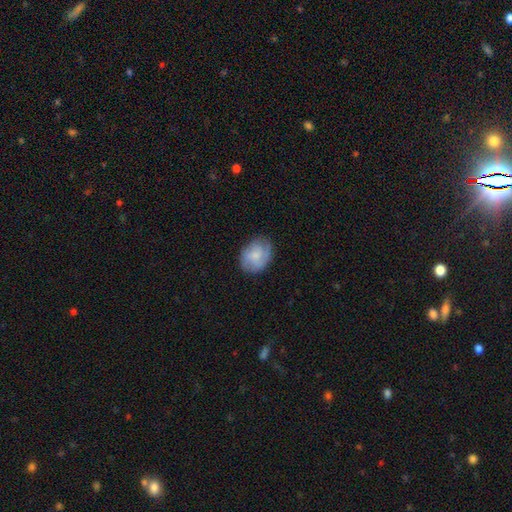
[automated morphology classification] Smooth or featured? Predicted: smooth (p=0.55). How rounded? Predicted: in between (p=0.59). Merging? Predicted: none (p=0.73).